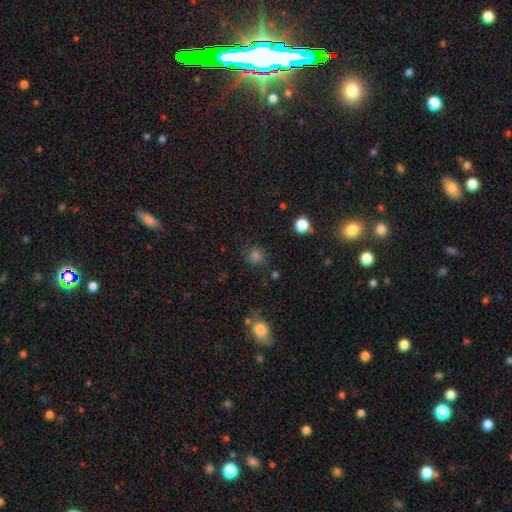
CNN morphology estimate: A smooth galaxy with no disk features (68%) that is round (84%). Merging: none (78%).